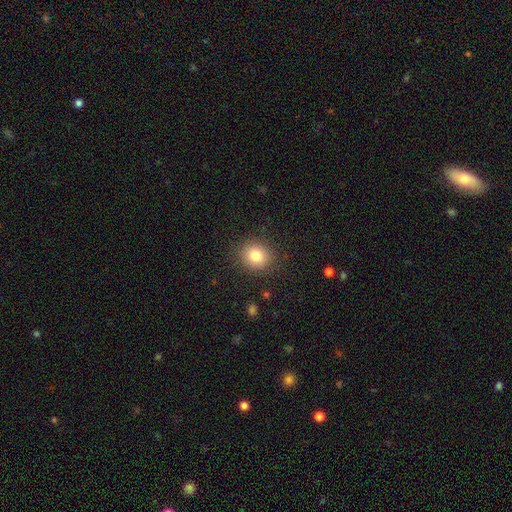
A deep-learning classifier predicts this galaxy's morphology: smooth 82%, star or artifact 11%, featured or disk 8%. Down the decision tree: how rounded — round (80%); merging — none (88%).